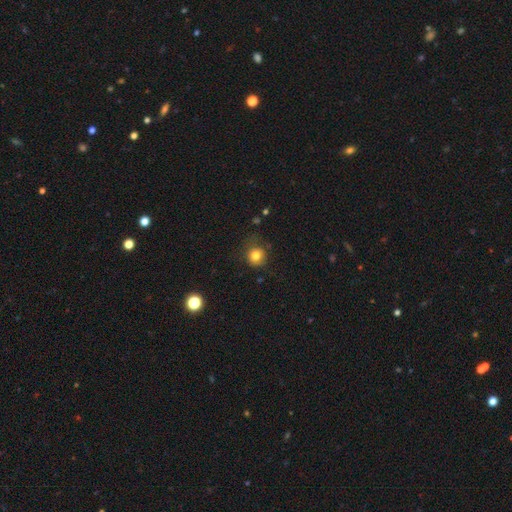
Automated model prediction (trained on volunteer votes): Smooth or featured: smooth — 80% (star or artifact — 12%)
How rounded: round — 89% (in between — 10%)
Merging: none — 72% (minor disturbance — 19%)